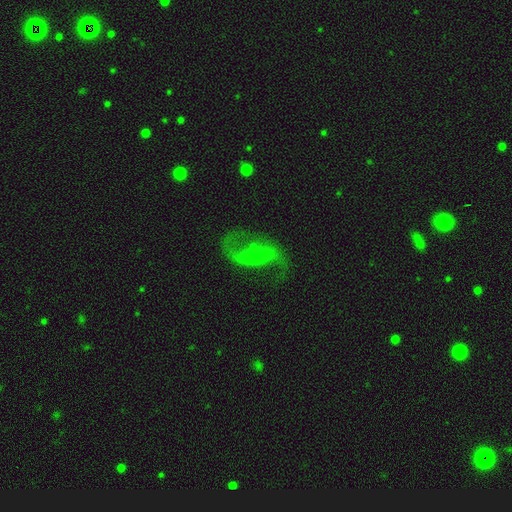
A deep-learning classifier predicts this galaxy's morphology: The model was most divided on "bar": no: 40%, weak: 39%, strong: 20%. More confident: edge-on disk — no (96%); spiral arms — yes (90%); spiral arm count — 2 (89%); smooth or featured — featured or disk (79%); spiral winding — loose (75%); merging — none (62%); bulge size — small (57%).